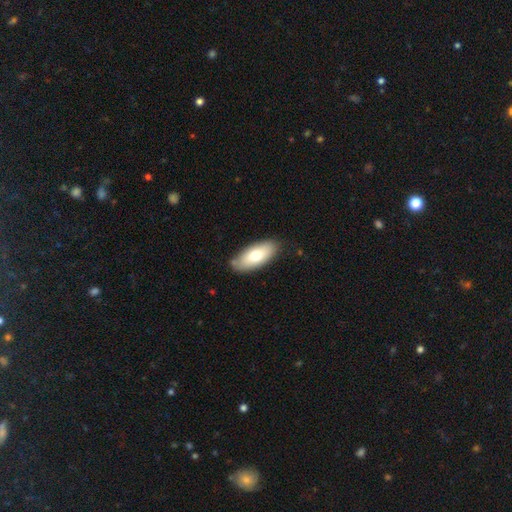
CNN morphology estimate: Smooth or featured? smooth (73%)
How rounded? in between (86%)
Merging? none (81%)